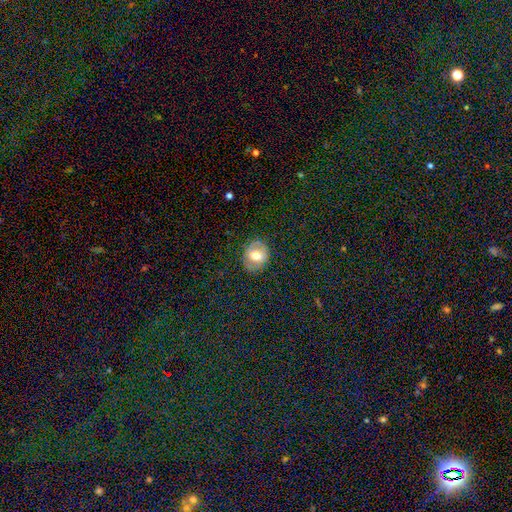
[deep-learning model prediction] This is possibly a smooth galaxy (56%). How rounded: likely round (60%). Merging: clearly none (81%).